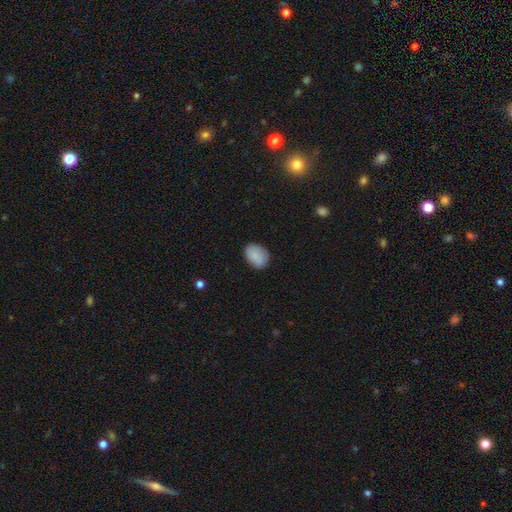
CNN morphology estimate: Overall: smooth (87%). How rounded: in between (73%). Merging: none (79%).